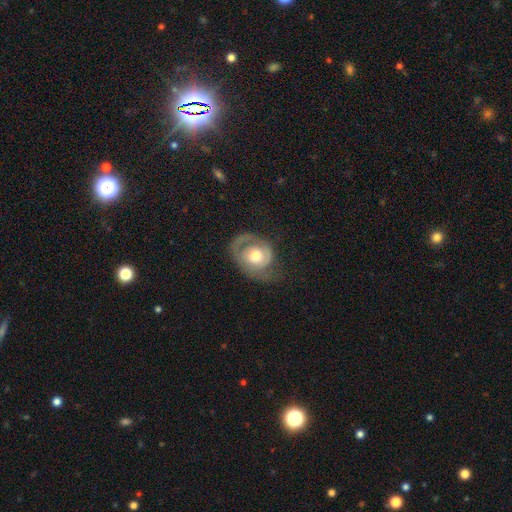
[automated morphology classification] type=featured or disk (68%); edge-on=no (97%); bar=no (77%); spiral arms=yes (81%); winding=tight (45%); arm count=1 (44%); bulge=moderate (66%); merging=none (48%).